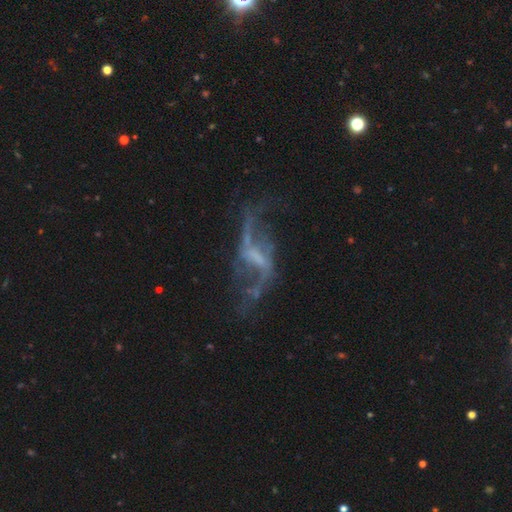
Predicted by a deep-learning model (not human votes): smooth-or-featured: featured or disk: 83% | star or artifact: 10% | smooth: 7%
  disk-edge-on: no: 93% | yes: 7%
    bar: weak: 42% | strong: 35% | no: 23%
    has-spiral-arms: yes: 83% | no: 17%
      spiral-winding: loose: 89% | medium: 9% | tight: 3%
      spiral-arm-count: 2: 87% | can't tell: 5% | 1: 3% | 3: 2% | 4: 1% | more than 4: 1%
    bulge-size: none: 52% | small: 30% | moderate: 14% | large: 3% | dominant: 1%
  merging: none: 52% | major disturbance: 26% | minor disturbance: 16% | merger: 6%